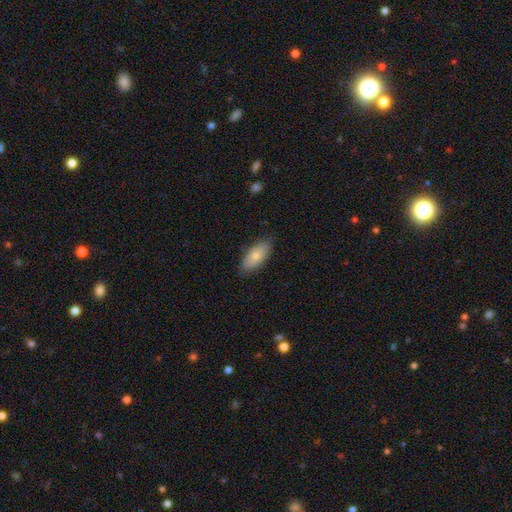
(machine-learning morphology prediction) Q: Smooth or featured?
A: smooth (76%); runner-up: featured or disk (18%)
Q: How rounded?
A: in between (89%); runner-up: cigar-shaped (8%)
Q: Merging?
A: none (83%); runner-up: minor disturbance (13%)